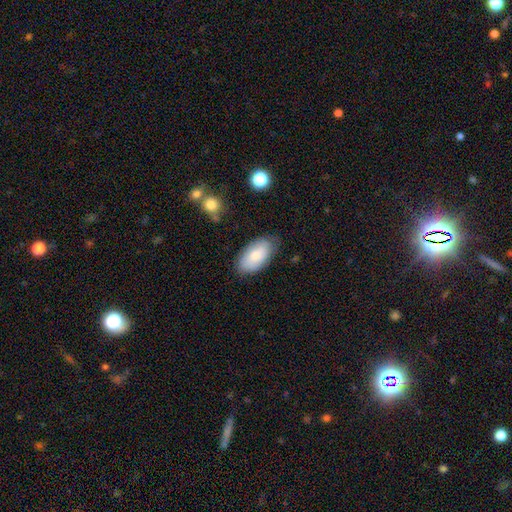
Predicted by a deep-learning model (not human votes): Smooth or featured?
  - smooth: 76% *
  - featured or disk: 18%
  - star or artifact: 6%
How rounded?
  - in between: 95% *
  - round: 3%
  - cigar-shaped: 2%
Merging?
  - none: 77% *
  - minor disturbance: 18%
  - major disturbance: 4%
  - merger: 2%